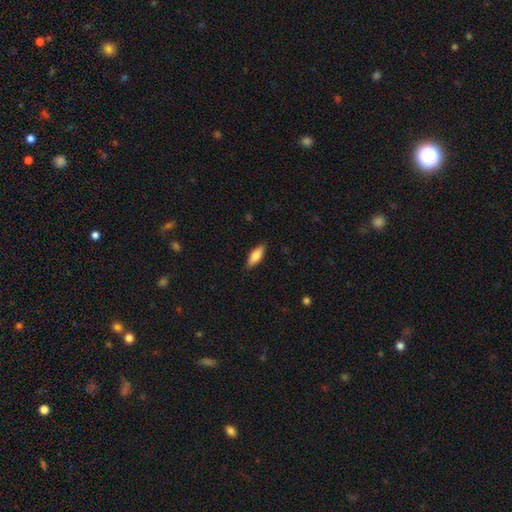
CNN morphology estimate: Overall: smooth (77%). How rounded: in between (64%; cigar-shaped 34%). Merging: none (87%).